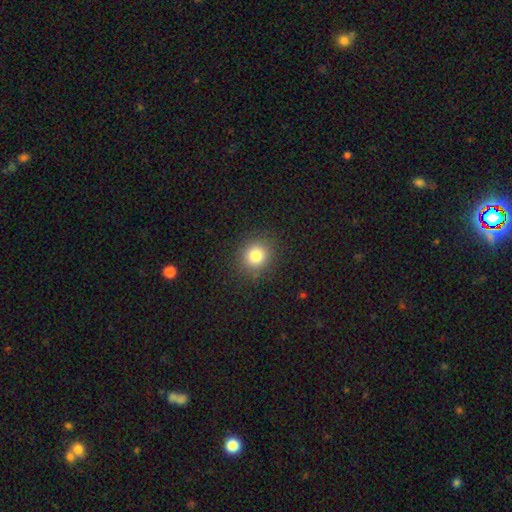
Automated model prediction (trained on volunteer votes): Overall: smooth (81%). How rounded: round (87%). Merging: none (89%).